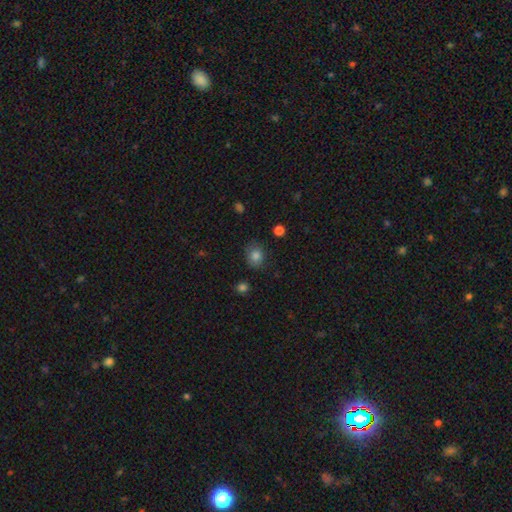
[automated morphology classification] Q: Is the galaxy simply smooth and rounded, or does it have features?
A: smooth — 82%.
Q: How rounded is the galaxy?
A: round — 60%.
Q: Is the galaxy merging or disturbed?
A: none — 80%.